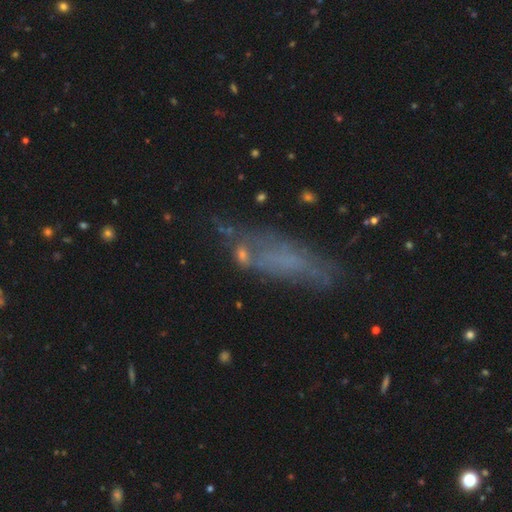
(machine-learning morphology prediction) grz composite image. It shows a smooth galaxy with no disk features (45%). Merging: none (50%).